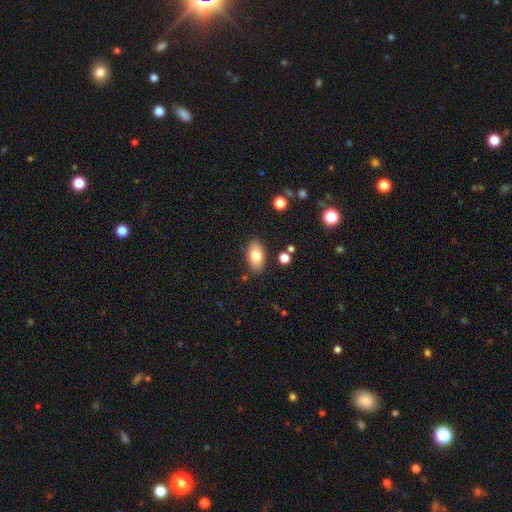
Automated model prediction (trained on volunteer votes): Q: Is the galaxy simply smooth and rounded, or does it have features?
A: smooth — 78%.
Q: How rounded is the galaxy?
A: in between — 91%.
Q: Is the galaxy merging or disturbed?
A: none — 85%.